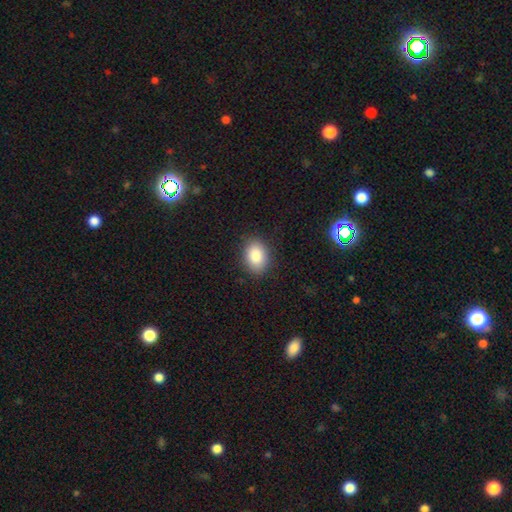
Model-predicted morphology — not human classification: A smooth galaxy with no disk features (88%) that is in between round and cigar-shaped (75%).

Vote fractions:
- Smooth or featured? smooth: 88% / star or artifact: 8% / featured or disk: 4%
- How rounded? in between: 75% / round: 24% / cigar-shaped: 1%
- Merging? none: 87% / minor disturbance: 10% / major disturbance: 3% / merger: 1%